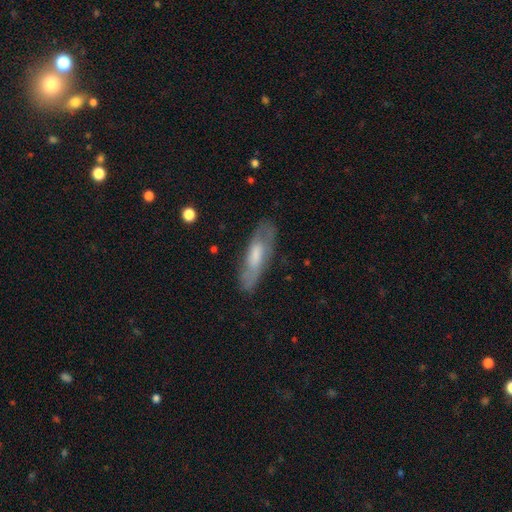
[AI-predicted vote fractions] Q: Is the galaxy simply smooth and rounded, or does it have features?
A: smooth — 49%.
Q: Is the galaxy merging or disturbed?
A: none — 74%.